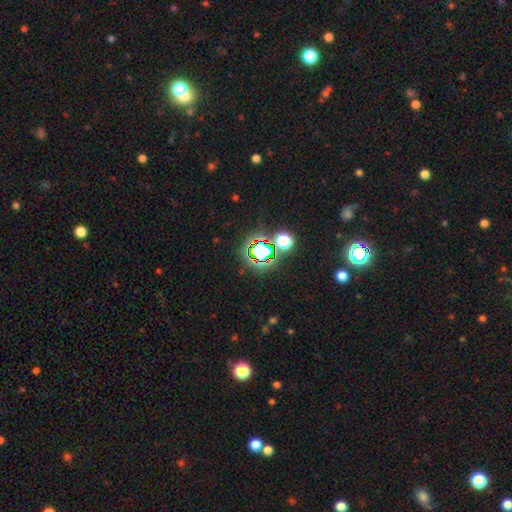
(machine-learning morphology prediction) Q: Smooth or featured?
A: star or artifact (77%); runner-up: smooth (15%)